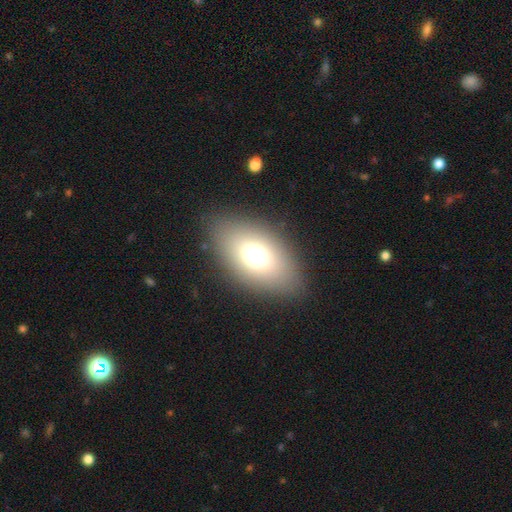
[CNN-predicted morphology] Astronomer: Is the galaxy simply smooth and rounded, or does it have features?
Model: smooth — 71%.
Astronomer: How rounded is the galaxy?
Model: in between — 87%.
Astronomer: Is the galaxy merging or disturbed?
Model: none — 85%.